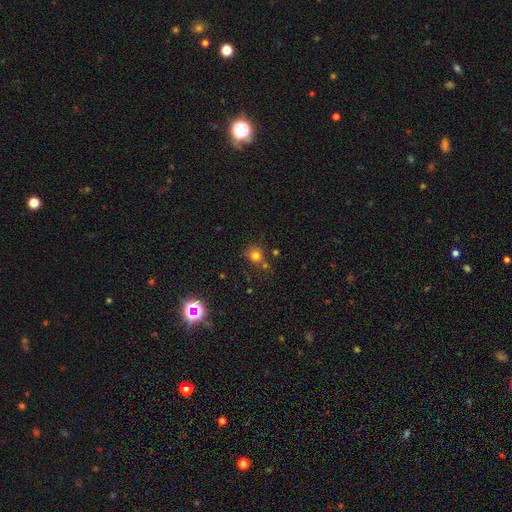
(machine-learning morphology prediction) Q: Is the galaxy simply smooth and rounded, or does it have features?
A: smooth — 75%.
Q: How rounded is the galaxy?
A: round — 83%.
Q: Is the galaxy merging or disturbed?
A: none — 61%.